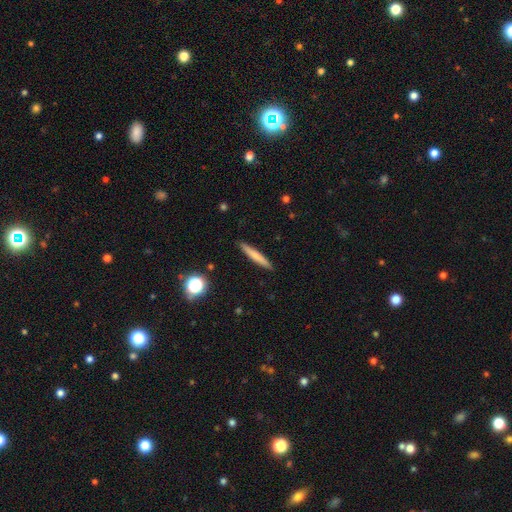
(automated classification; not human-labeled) Smooth or featured?
  - smooth: 69% *
  - featured or disk: 25%
  - star or artifact: 7%
How rounded?
  - cigar-shaped: 95% *
  - in between: 4%
  - round: 1%
Merging?
  - none: 91% *
  - minor disturbance: 6%
  - major disturbance: 1%
  - merger: 1%